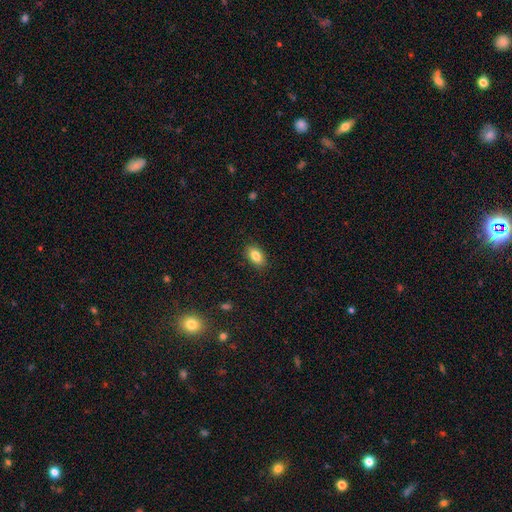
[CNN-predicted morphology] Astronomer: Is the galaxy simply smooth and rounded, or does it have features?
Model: smooth — 84%.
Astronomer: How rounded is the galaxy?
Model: in between — 90%.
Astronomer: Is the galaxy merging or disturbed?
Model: none — 88%.